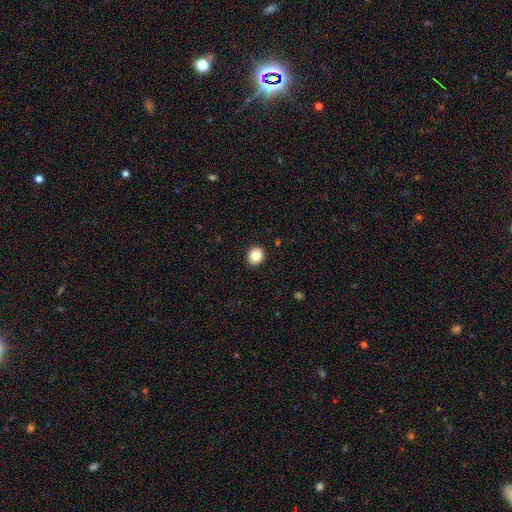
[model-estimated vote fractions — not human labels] A smooth galaxy with no disk features (86%) that is round (79%). Merging: none (92%).